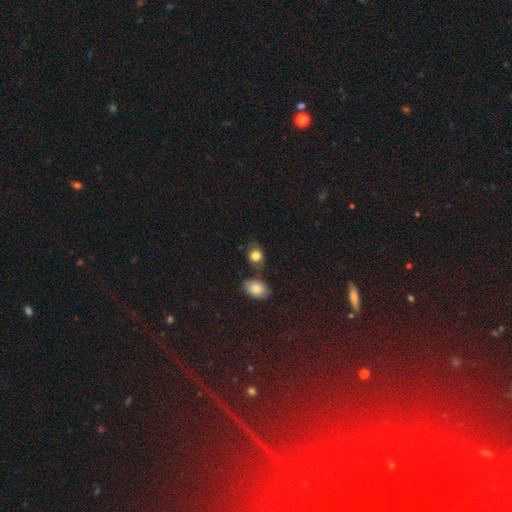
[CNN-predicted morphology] This appears to be a smooth galaxy with no disk features (81%) that is in between round and cigar-shaped (55%). Merging: none (65%).